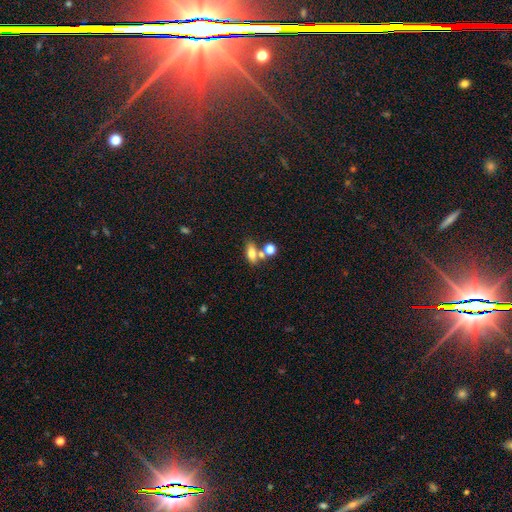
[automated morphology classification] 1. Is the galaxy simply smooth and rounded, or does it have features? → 70% smooth, 18% featured or disk, 12% star or artifact.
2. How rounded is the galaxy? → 71% in between, 15% cigar-shaped, 14% round.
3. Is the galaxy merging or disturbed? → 53% none, 30% merger, 12% minor disturbance, 6% major disturbance.